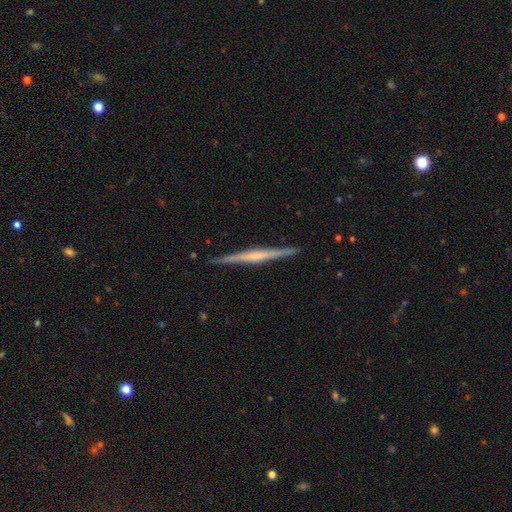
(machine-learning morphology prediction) A featured or disk galaxy (72%) viewed edge-on (98%) with no central bulge (41%).

Vote fractions:
- Smooth or featured? featured or disk: 72% / smooth: 23% / star or artifact: 5%
- Edge-on disk? yes: 98% / no: 2%
- Edge-on bulge? none: 41% / rounded: 39% / boxy: 20%
- Merging? none: 91% / minor disturbance: 7% / major disturbance: 1% / merger: 1%